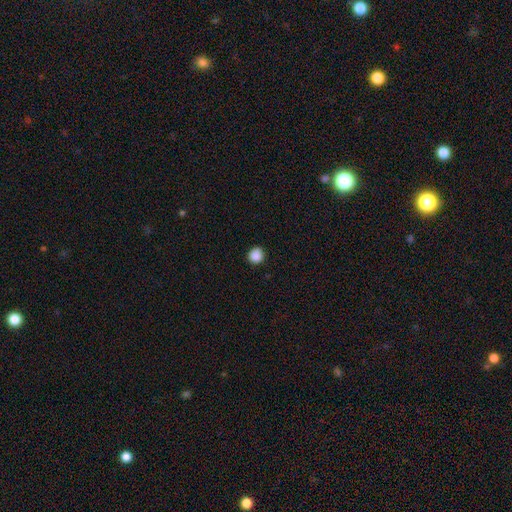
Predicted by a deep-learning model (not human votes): A smooth galaxy with no disk features (87%) that is round (90%).

Vote fractions:
- Smooth or featured? smooth: 87% / star or artifact: 10% / featured or disk: 3%
- How rounded? round: 90% / in between: 9% / cigar-shaped: 1%
- Merging? none: 84% / minor disturbance: 12% / major disturbance: 2% / merger: 1%